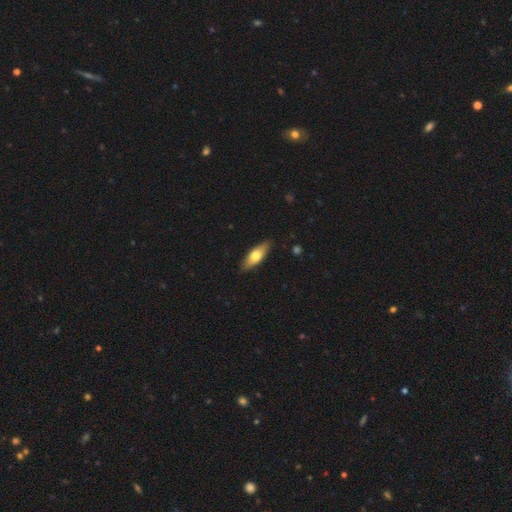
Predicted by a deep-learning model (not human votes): smooth-or-featured: smooth: 65% | featured or disk: 29% | star or artifact: 6%
  how-rounded: in between: 64% | cigar-shaped: 33% | round: 3%
  merging: none: 87% | minor disturbance: 10% | major disturbance: 2% | merger: 1%